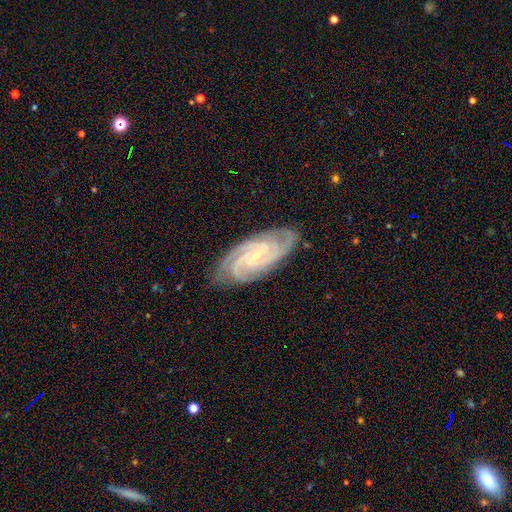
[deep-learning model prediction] Smooth or featured?
  - featured or disk: 91% *
  - star or artifact: 5%
  - smooth: 4%
Edge-on disk?
  - no: 96% *
  - yes: 4%
Bar?
  - no: 42% *
  - weak: 40%
  - strong: 18%
Spiral arms?
  - yes: 99% *
  - no: 1%
Spiral winding?
  - tight: 68% *
  - medium: 28%
  - loose: 4%
Spiral arm count?
  - 3: 32% *
  - 4: 27%
  - 2: 17%
  - can't tell: 11%
  - more than 4: 7%
  - 1: 6%
Bulge size?
  - small: 81% *
  - moderate: 14%
  - none: 3%
  - large: 1%
  - dominant: 1%
Merging?
  - none: 81% *
  - minor disturbance: 14%
  - major disturbance: 3%
  - merger: 1%